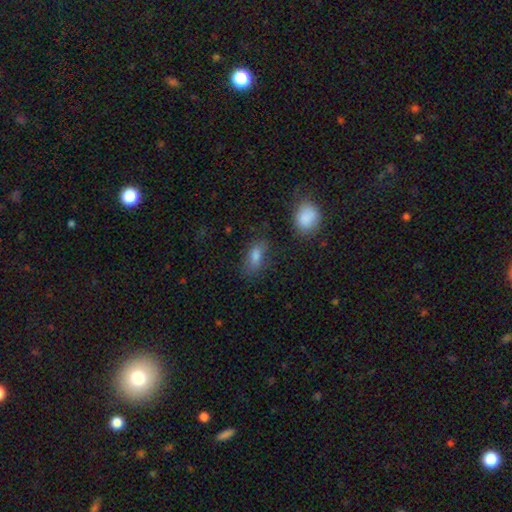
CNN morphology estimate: Smooth or featured? smooth (78%)
How rounded? in between (84%)
Merging? none (71%)